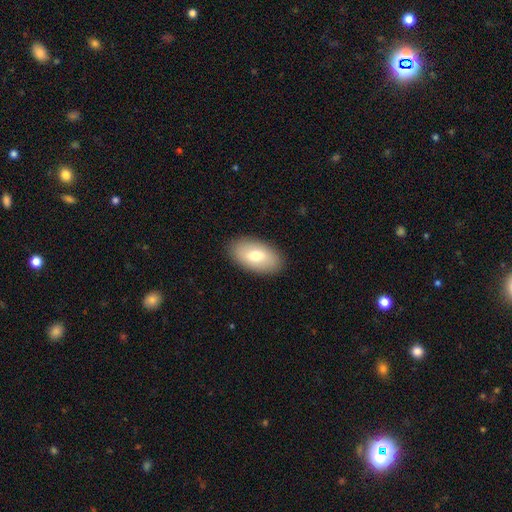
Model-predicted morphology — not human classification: Overall: smooth (72%). How rounded: in between (94%). Merging: none (89%).